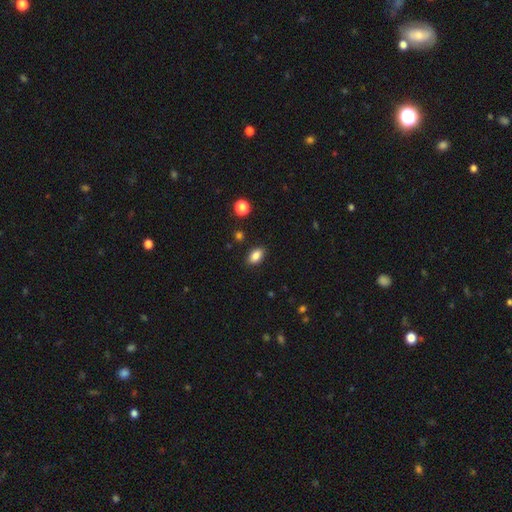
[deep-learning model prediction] Smooth or featured? smooth (86%)
How rounded? in between (89%)
Merging? none (87%)